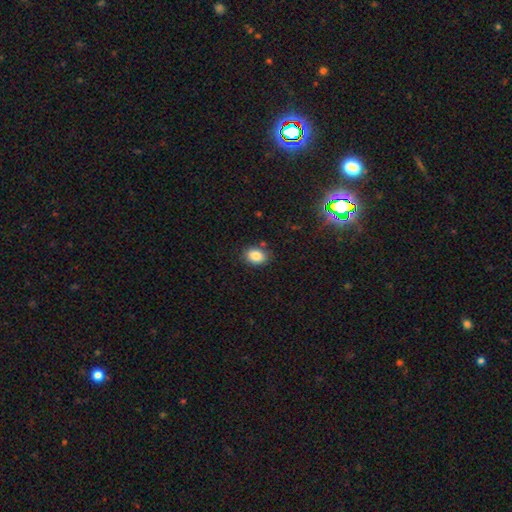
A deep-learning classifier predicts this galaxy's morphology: Overall: smooth (86%). How rounded: in between (72%). Merging: none (82%).